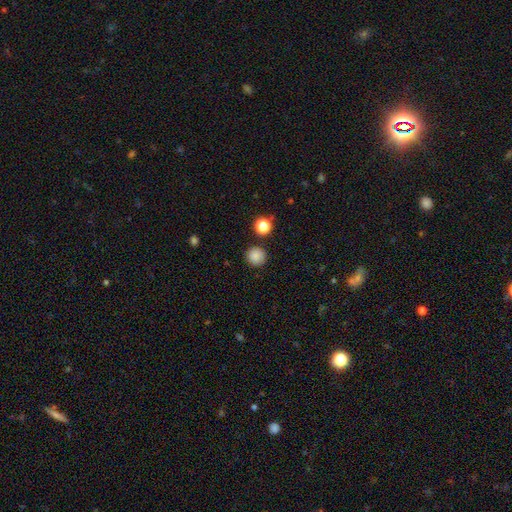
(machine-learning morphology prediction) A smooth galaxy with no disk features (85%) that is round (94%).

Vote fractions:
- Smooth or featured? smooth: 85% / star or artifact: 11% / featured or disk: 3%
- How rounded? round: 94% / in between: 5% / cigar-shaped: 1%
- Merging? none: 89% / minor disturbance: 6% / merger: 3% / major disturbance: 2%